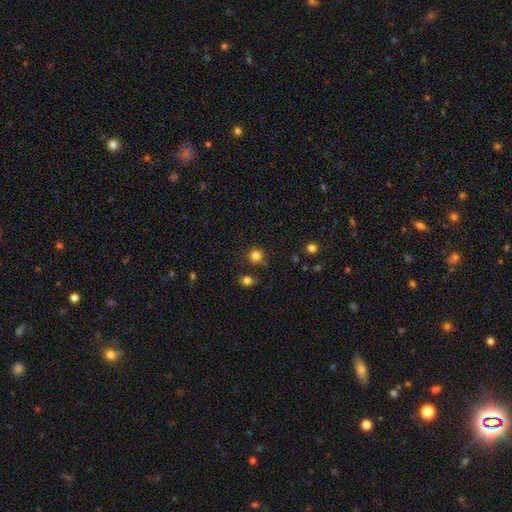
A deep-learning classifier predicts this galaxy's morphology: smooth-or-featured: smooth: 82% | star or artifact: 13% | featured or disk: 5%
  how-rounded: round: 92% | in between: 7% | cigar-shaped: 1%
  merging: none: 81% | minor disturbance: 11% | merger: 5% | major disturbance: 3%